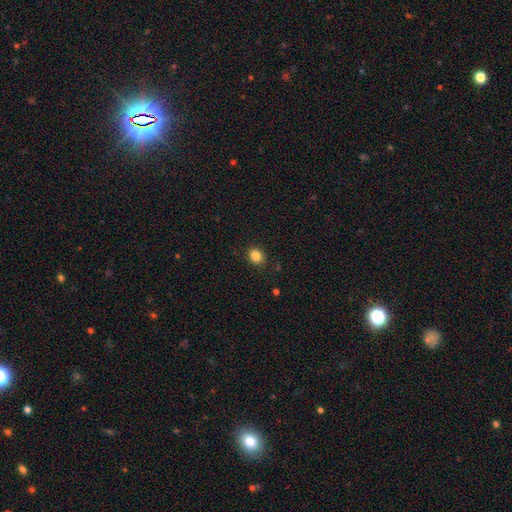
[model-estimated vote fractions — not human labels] This is clearly a smooth galaxy (85%). How rounded: likely round (64%). Merging: clearly none (89%).